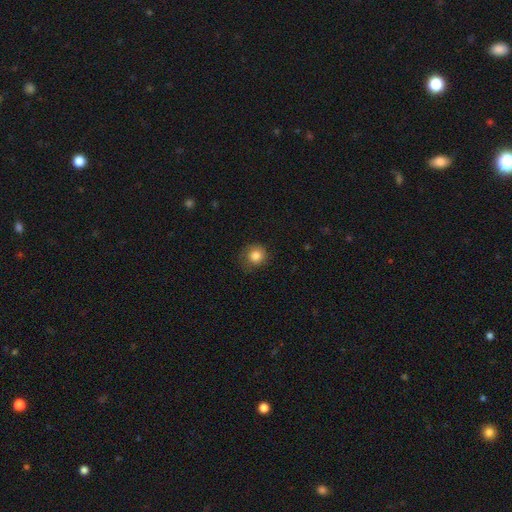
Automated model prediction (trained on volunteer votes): Smooth or featured?
  - smooth: 83% *
  - star or artifact: 9%
  - featured or disk: 8%
How rounded?
  - round: 85% *
  - in between: 15%
  - cigar-shaped: 1%
Merging?
  - none: 71% *
  - minor disturbance: 21%
  - major disturbance: 7%
  - merger: 1%